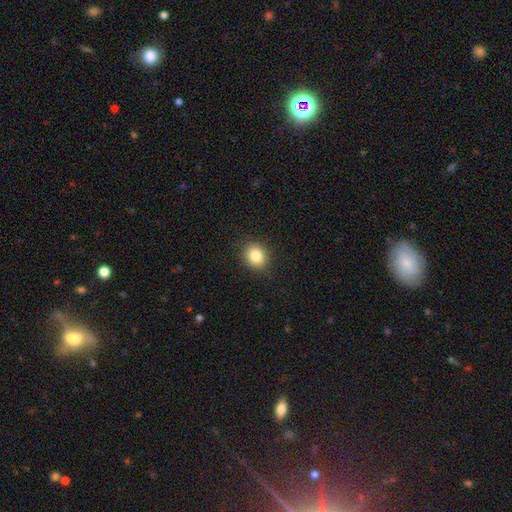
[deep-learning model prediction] smooth-or-featured: smooth: 84% | star or artifact: 10% | featured or disk: 6%
  how-rounded: round: 62% | in between: 38% | cigar-shaped: 1%
  merging: none: 89% | minor disturbance: 7% | major disturbance: 2% | merger: 1%